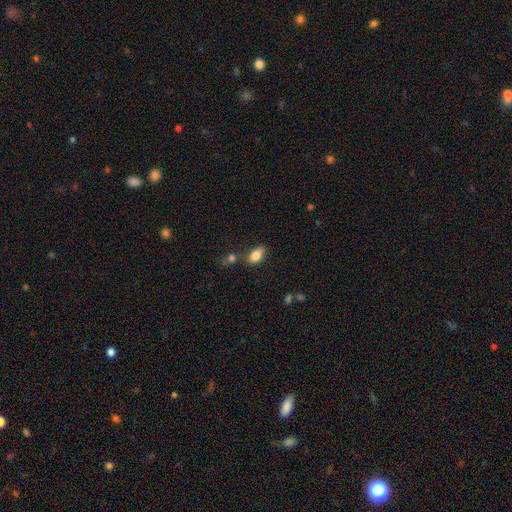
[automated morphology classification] Q: Smooth or featured?
A: smooth (82%); runner-up: featured or disk (9%)
Q: How rounded?
A: in between (89%); runner-up: round (7%)
Q: Merging?
A: none (63%); runner-up: minor disturbance (18%)